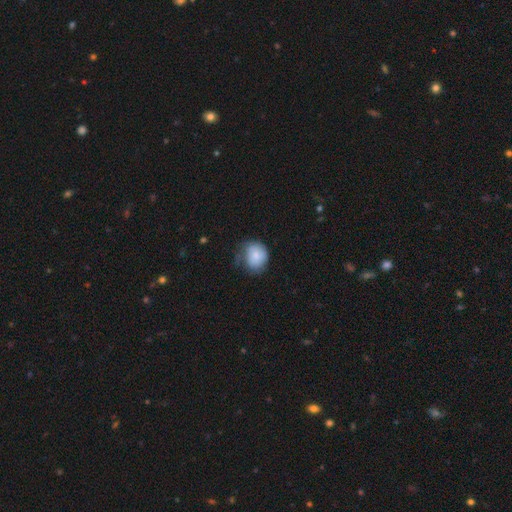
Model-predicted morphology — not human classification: A smooth galaxy with no disk features (78%) that is round (63%). Merging: none (46%).